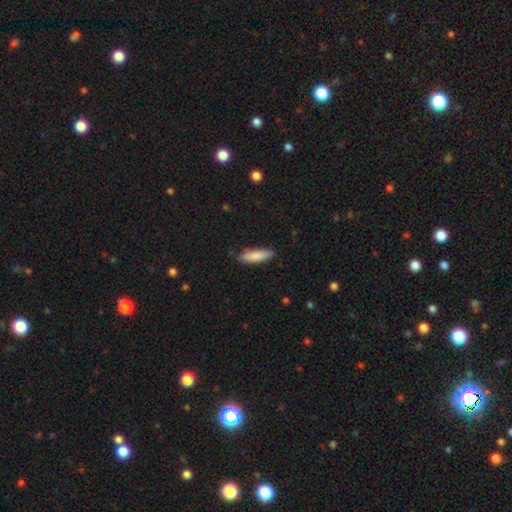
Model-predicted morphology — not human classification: Smooth or featured? Predicted: smooth (p=0.85). How rounded? Predicted: cigar-shaped (p=0.62). Merging? Predicted: none (p=0.84).